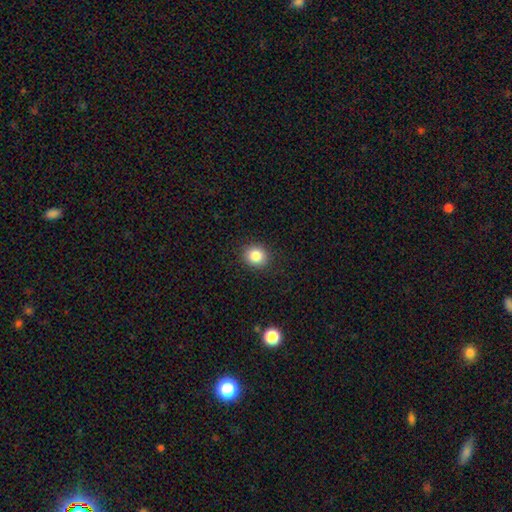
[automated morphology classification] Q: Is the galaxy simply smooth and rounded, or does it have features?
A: smooth — 85%.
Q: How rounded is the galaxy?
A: round — 81%.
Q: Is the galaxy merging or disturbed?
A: none — 90%.